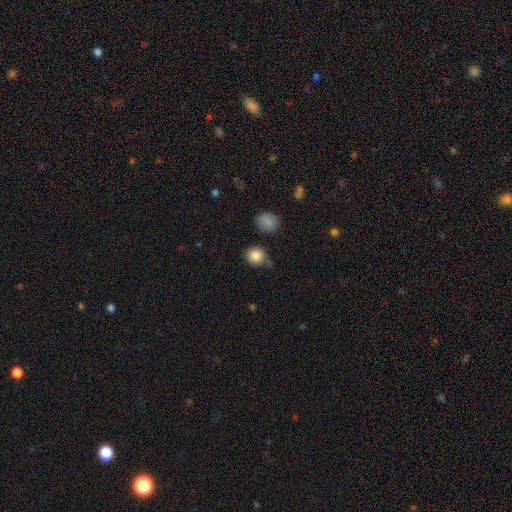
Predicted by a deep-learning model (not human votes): Smooth or featured: smooth — 86% (star or artifact — 9%)
How rounded: round — 84% (in between — 15%)
Merging: none — 70% (minor disturbance — 20%)